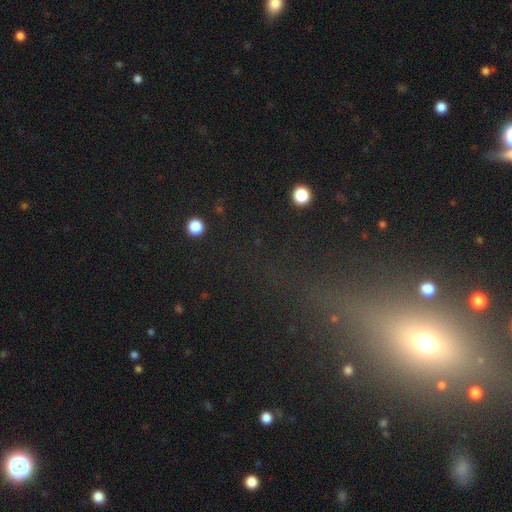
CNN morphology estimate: Smooth or featured: star or artifact — 52% (smooth — 30%)